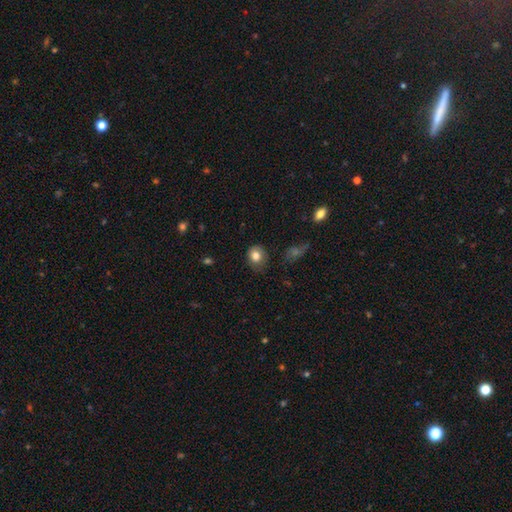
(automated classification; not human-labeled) The model was most divided on "how rounded": round: 66%, in between: 33%, cigar-shaped: 1%. More confident: smooth or featured — smooth (79%); merging — none (70%).